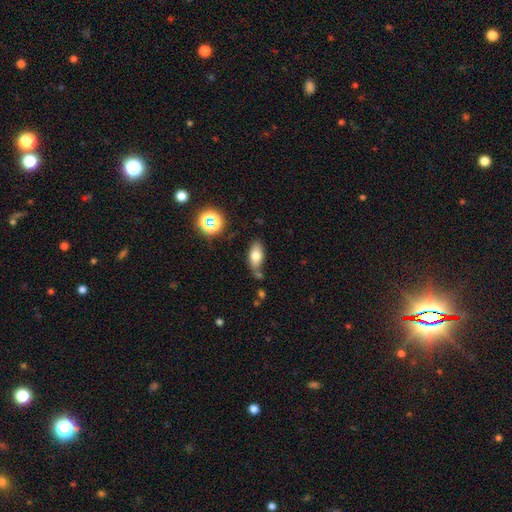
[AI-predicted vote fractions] Smooth or featured? smooth (72%)
How rounded? in between (86%)
Merging? none (66%)